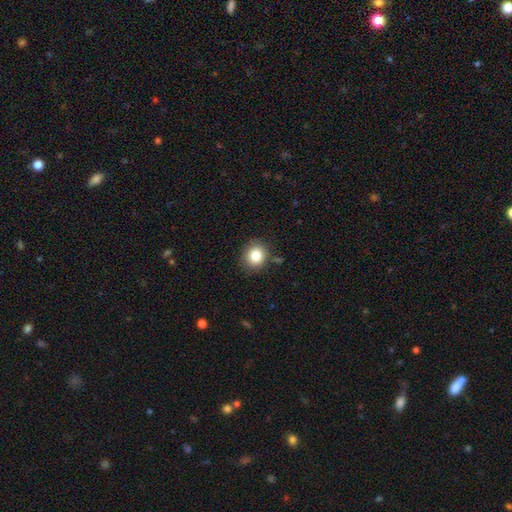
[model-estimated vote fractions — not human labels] Overall: smooth (82%). How rounded: round (74%). Merging: none (84%).